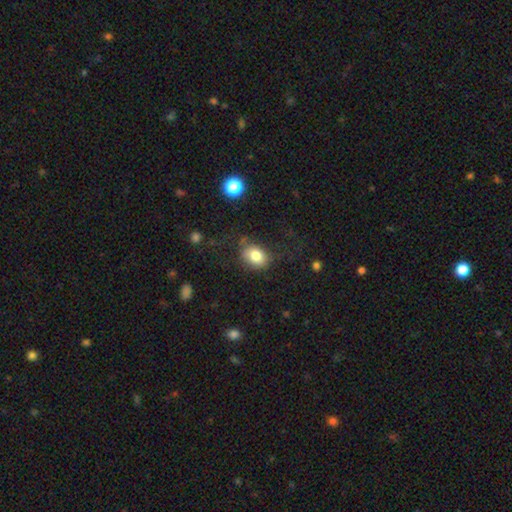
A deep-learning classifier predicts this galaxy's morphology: Smooth or featured?
  - smooth: 81% *
  - featured or disk: 9%
  - star or artifact: 9%
How rounded?
  - in between: 63% *
  - round: 36%
  - cigar-shaped: 1%
Merging?
  - none: 67% *
  - minor disturbance: 19%
  - major disturbance: 11%
  - merger: 3%